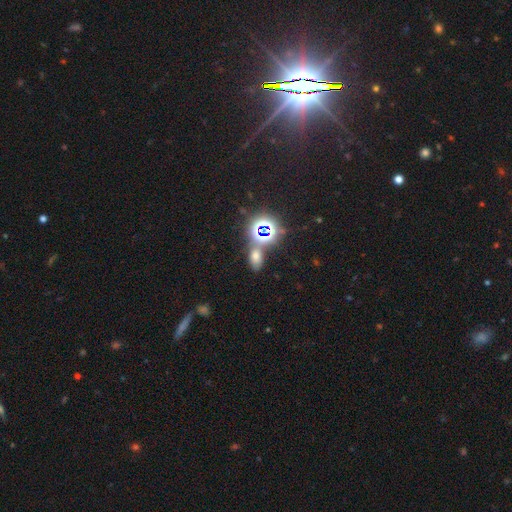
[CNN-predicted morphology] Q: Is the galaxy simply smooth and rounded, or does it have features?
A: smooth — 53%.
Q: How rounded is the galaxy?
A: in between — 82%.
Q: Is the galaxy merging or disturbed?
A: none — 65%.